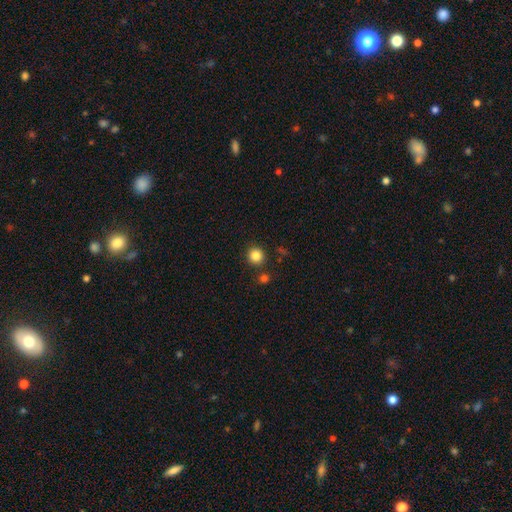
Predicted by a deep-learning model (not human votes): smooth 85%, star or artifact 11%, featured or disk 4%. Down the decision tree: how rounded — round (94%); merging — none (85%).